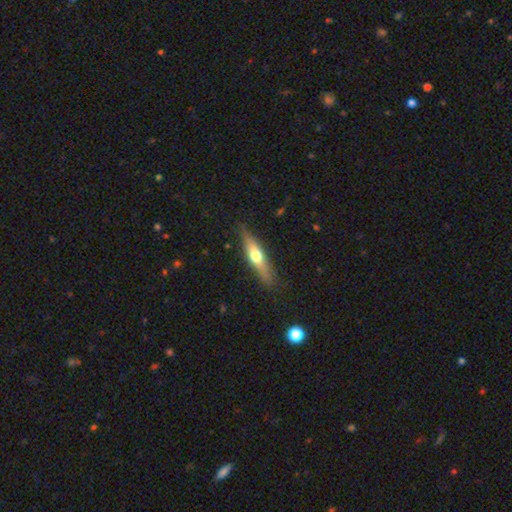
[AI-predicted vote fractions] smooth-or-featured: featured or disk: 49% | smooth: 45% | star or artifact: 6%
  merging: none: 84% | minor disturbance: 12% | major disturbance: 3% | merger: 1%